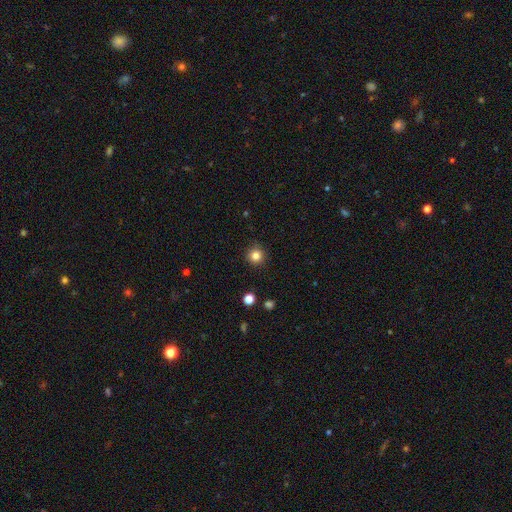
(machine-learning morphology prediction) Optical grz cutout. It shows a smooth galaxy with no disk features (82%) that is round (94%). Merging: none (89%).